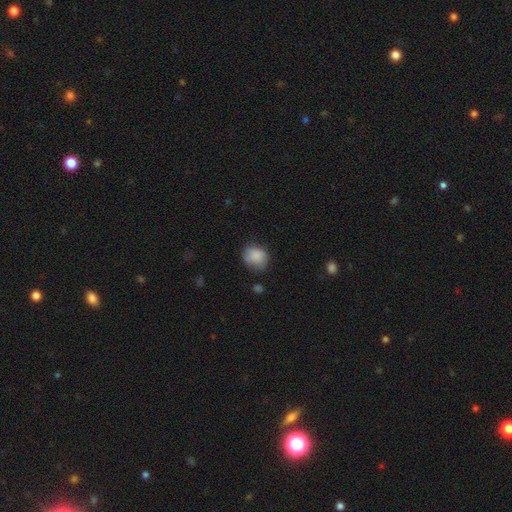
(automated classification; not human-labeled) The model was most divided on "how rounded": round: 63%, in between: 36%, cigar-shaped: 1%. More confident: smooth or featured — smooth (85%); merging — none (64%).